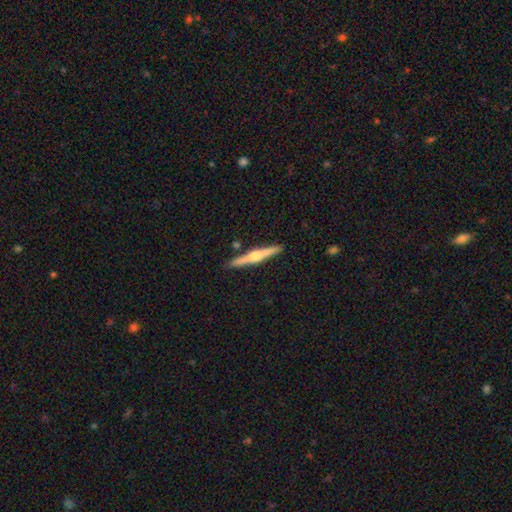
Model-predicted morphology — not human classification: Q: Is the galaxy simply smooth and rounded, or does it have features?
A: featured or disk — 68%.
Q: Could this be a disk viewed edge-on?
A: yes — 98%.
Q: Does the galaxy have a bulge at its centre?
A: rounded — 87%.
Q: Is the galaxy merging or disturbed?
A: none — 88%.